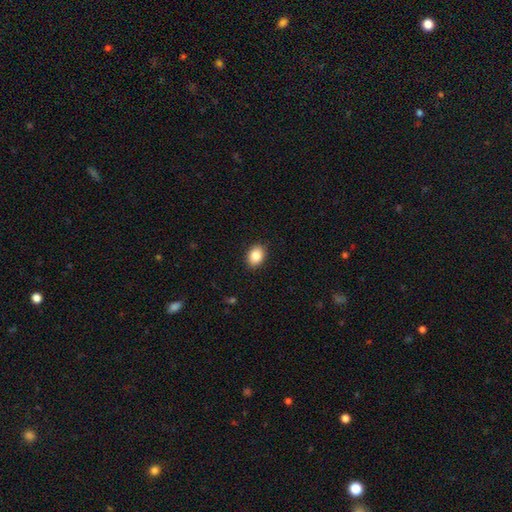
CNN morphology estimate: Smooth or featured? smooth (87%)
How rounded? in between (70%)
Merging? none (89%)